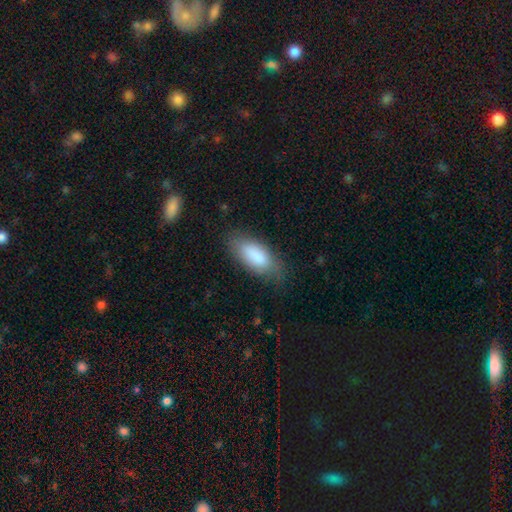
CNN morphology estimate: type=smooth (83%); roundness=in between (84%); merging=none (69%).